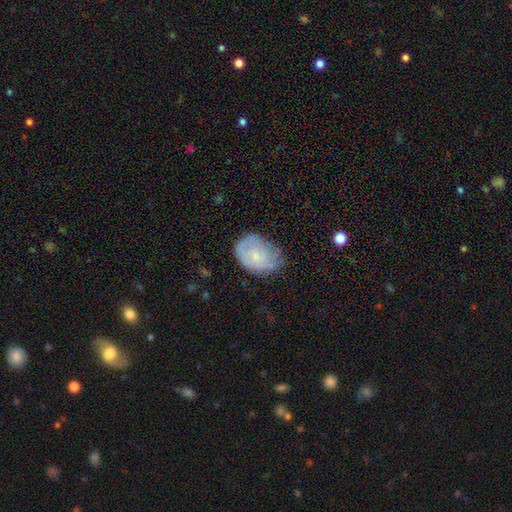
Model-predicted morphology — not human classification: smooth_or_featured: smooth (p=0.52) [alt: featured or disk p=0.41]
how_rounded: in between (p=0.70) [alt: round p=0.29]
merging: none (p=0.54) [alt: minor disturbance p=0.33]